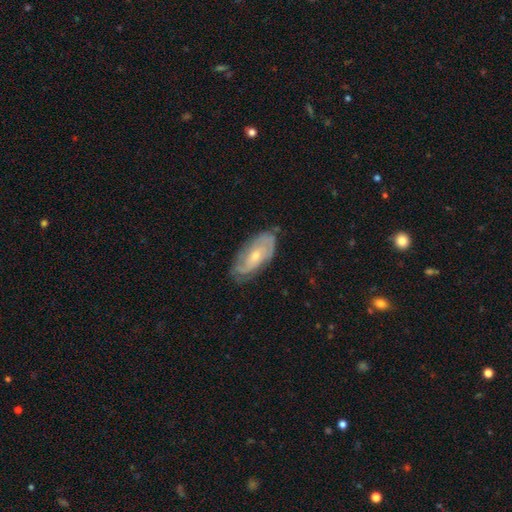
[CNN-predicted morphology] smooth-or-featured: featured or disk: 73% | smooth: 21% | star or artifact: 6%
  disk-edge-on: no: 92% | yes: 8%
    bar: no: 66% | weak: 29% | strong: 5%
    has-spiral-arms: yes: 89% | no: 11%
      spiral-winding: tight: 52% | medium: 35% | loose: 12%
      spiral-arm-count: 2: 45% | can't tell: 35% | 3: 10% | 1: 5% | 4: 3% | more than 4: 3%
    bulge-size: small: 50% | moderate: 46% | large: 2% | none: 2% | dominant: 1%
  merging: none: 72% | minor disturbance: 21% | major disturbance: 6% | merger: 1%